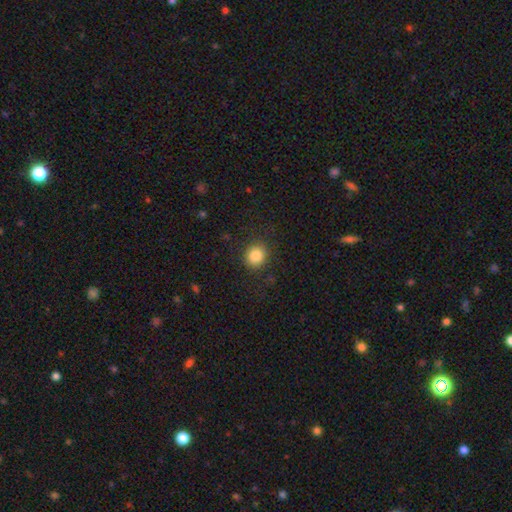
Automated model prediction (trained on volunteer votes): smooth_or_featured: smooth (p=0.85) [alt: star or artifact p=0.10]
how_rounded: round (p=0.86) [alt: in between p=0.13]
merging: none (p=0.88) [alt: minor disturbance p=0.08]